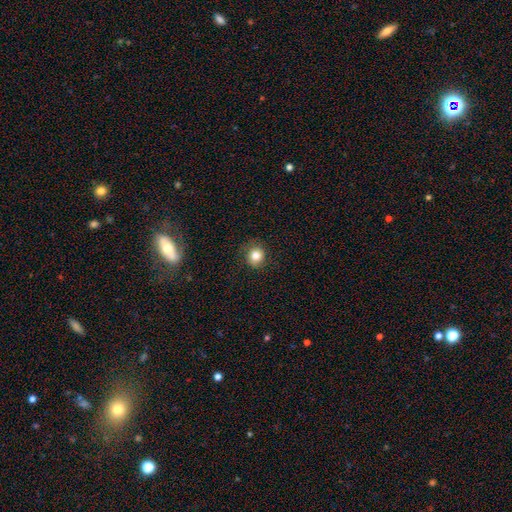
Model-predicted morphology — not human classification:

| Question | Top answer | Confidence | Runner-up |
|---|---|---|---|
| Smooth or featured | smooth | 81% | star or artifact (11%) |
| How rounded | round | 87% | in between (12%) |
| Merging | none | 83% | minor disturbance (12%) |